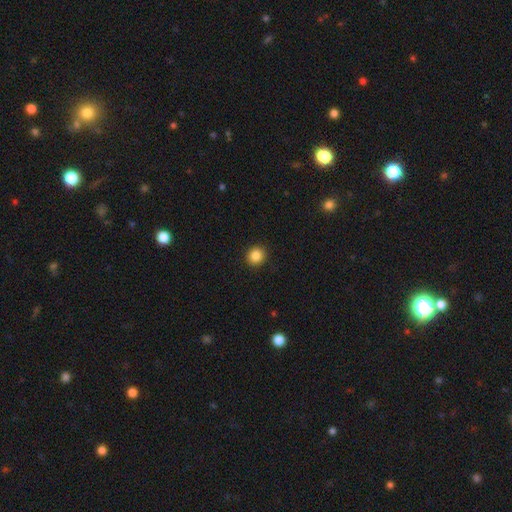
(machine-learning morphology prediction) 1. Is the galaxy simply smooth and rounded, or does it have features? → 86% smooth, 10% star or artifact, 4% featured or disk.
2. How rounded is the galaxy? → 89% round, 10% in between, 1% cigar-shaped.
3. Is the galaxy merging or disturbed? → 93% none, 5% minor disturbance, 2% major disturbance, 1% merger.